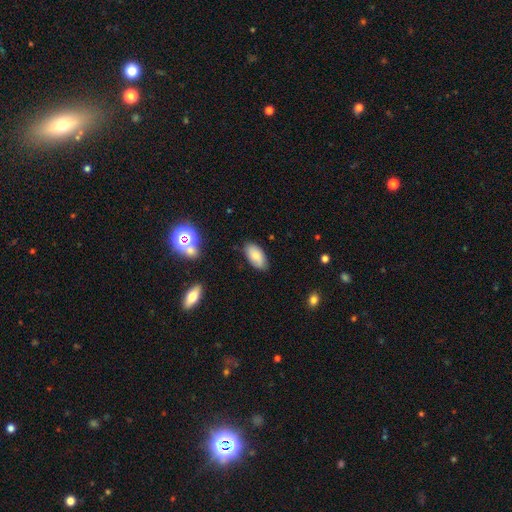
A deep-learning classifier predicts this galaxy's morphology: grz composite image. It shows a smooth galaxy with no disk features (78%) that is in between round and cigar-shaped (94%). Merging: none (83%).